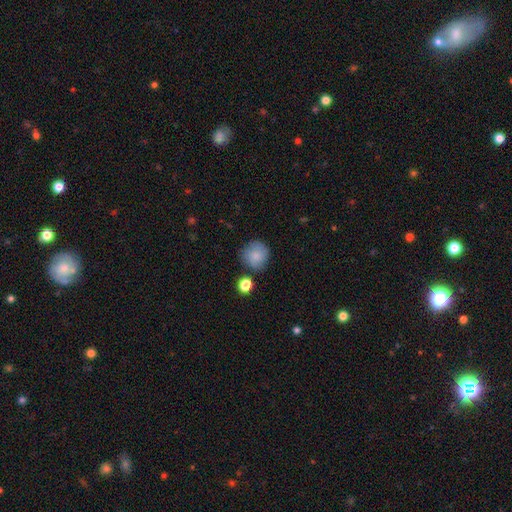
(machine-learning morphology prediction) Smooth or featured? smooth (82%)
How rounded? round (91%)
Merging? none (74%)